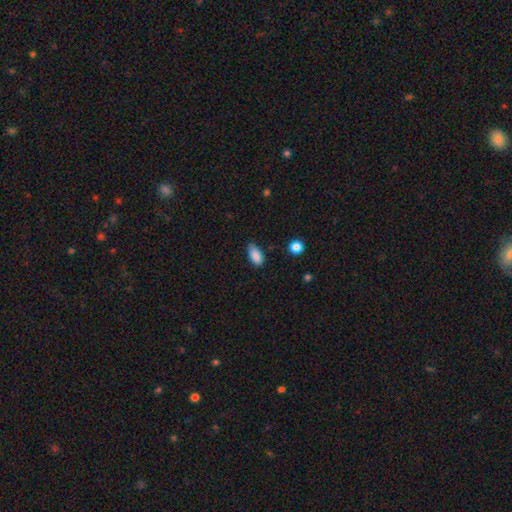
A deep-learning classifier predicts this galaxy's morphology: type=smooth (87%); roundness=in between (89%); merging=none (69%).